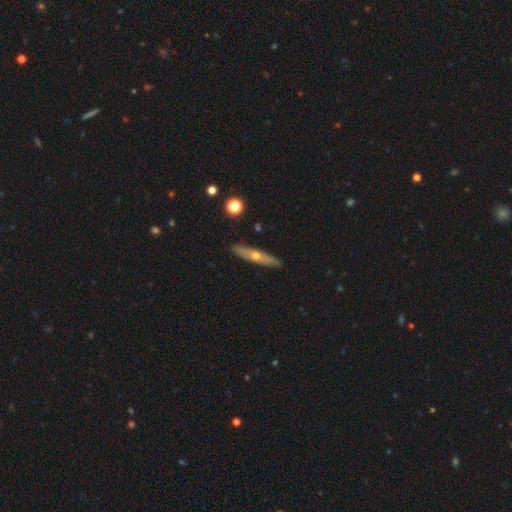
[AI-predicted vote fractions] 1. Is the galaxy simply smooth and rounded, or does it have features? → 54% featured or disk, 39% smooth, 7% star or artifact.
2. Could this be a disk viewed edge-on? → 83% yes, 17% no.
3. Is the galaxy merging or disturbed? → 90% none, 8% minor disturbance, 2% major disturbance, 1% merger.